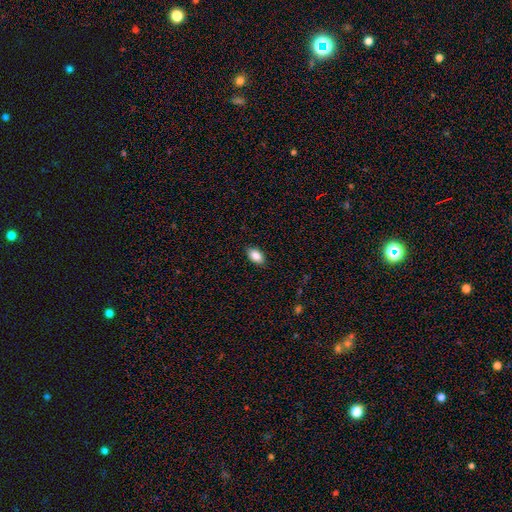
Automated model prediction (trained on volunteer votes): This appears to be a smooth galaxy with no disk features (87%) that is in between round and cigar-shaped (92%). Merging: none (89%).